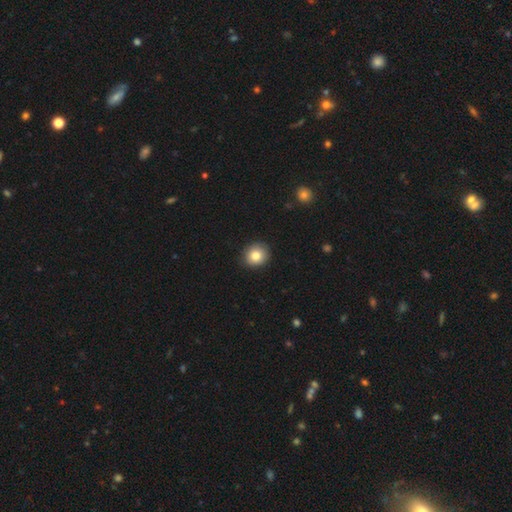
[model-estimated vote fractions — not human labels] Morphology: type=smooth (83%); roundness=round (82%); merging=none (88%).